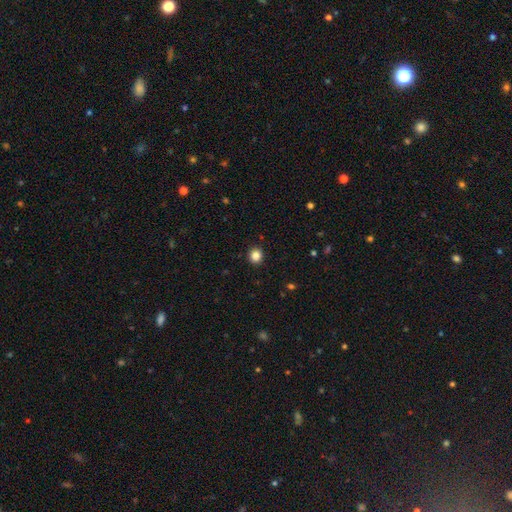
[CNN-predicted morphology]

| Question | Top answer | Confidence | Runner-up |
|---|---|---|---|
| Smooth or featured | smooth | 84% | star or artifact (12%) |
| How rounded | round | 88% | in between (11%) |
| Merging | none | 93% | minor disturbance (5%) |